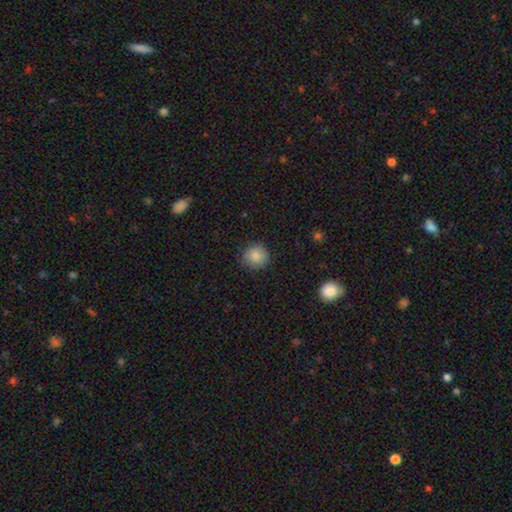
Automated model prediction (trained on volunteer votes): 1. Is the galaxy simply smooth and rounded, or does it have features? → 85% smooth, 9% star or artifact, 6% featured or disk.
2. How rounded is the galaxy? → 91% round, 8% in between, 1% cigar-shaped.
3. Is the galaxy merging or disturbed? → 84% none, 12% minor disturbance, 3% major disturbance, 1% merger.